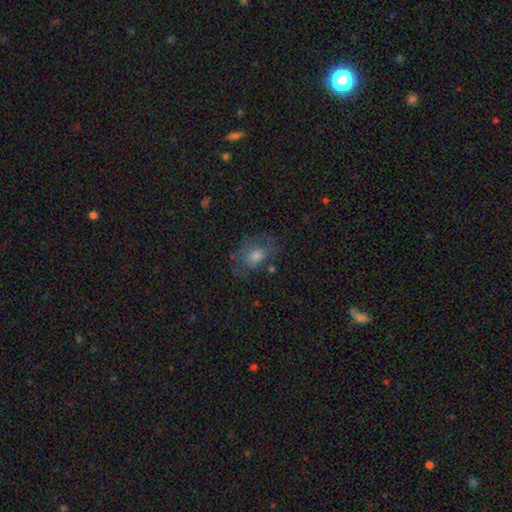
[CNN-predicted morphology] smooth_or_featured: smooth (p=0.50) [alt: featured or disk p=0.36]
merging: none (p=0.60) [alt: minor disturbance p=0.22]